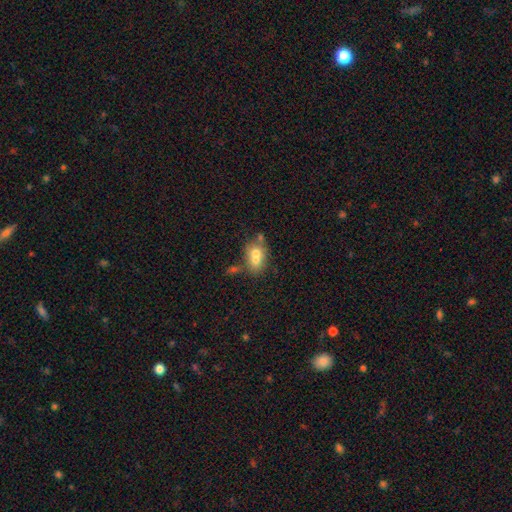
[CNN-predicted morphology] Q: Smooth or featured?
A: smooth (67%); runner-up: featured or disk (23%)
Q: How rounded?
A: in between (71%); runner-up: round (26%)
Q: Merging?
A: merger (45%); runner-up: none (35%)